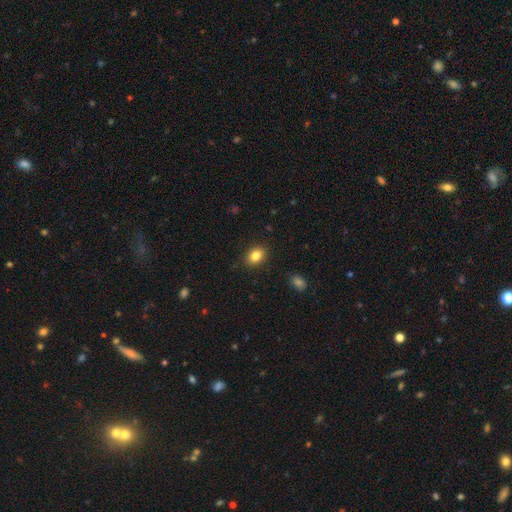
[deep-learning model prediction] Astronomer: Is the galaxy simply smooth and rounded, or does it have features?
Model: smooth — 84%.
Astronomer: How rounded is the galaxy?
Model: in between — 67%.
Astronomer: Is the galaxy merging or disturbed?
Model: none — 88%.